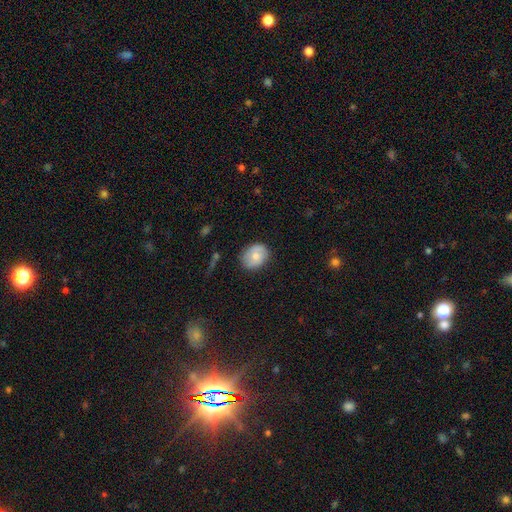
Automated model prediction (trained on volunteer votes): Smooth or featured?
  - smooth: 68% *
  - featured or disk: 24%
  - star or artifact: 7%
How rounded?
  - round: 53% *
  - in between: 46%
  - cigar-shaped: 1%
Merging?
  - none: 78% *
  - minor disturbance: 18%
  - major disturbance: 4%
  - merger: 1%